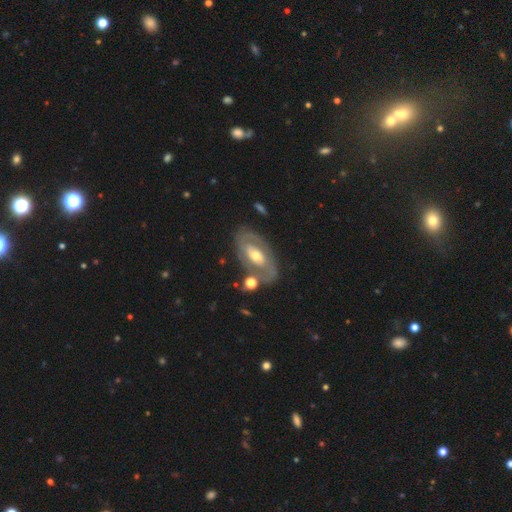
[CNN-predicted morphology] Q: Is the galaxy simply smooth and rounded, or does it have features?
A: featured or disk — 73%.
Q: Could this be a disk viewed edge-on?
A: no — 92%.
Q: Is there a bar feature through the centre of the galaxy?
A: no — 58%.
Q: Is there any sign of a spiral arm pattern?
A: yes — 53%.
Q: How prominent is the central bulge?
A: moderate — 64%.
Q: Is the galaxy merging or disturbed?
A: none — 70%.